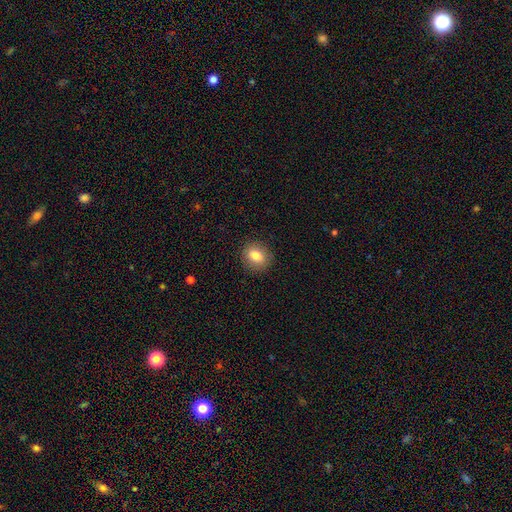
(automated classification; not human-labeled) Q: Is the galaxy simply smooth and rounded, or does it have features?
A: smooth — 80%.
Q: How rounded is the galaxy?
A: round — 65%.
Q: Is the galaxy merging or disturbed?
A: none — 89%.